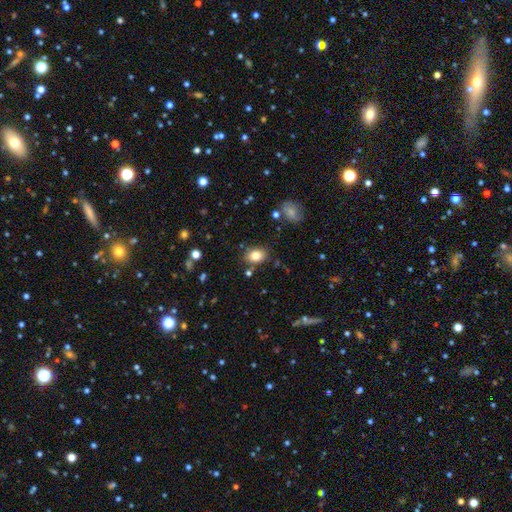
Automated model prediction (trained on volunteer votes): This appears to be a smooth galaxy with no disk features (82%) that is in between round and cigar-shaped (72%). Merging: none (80%).